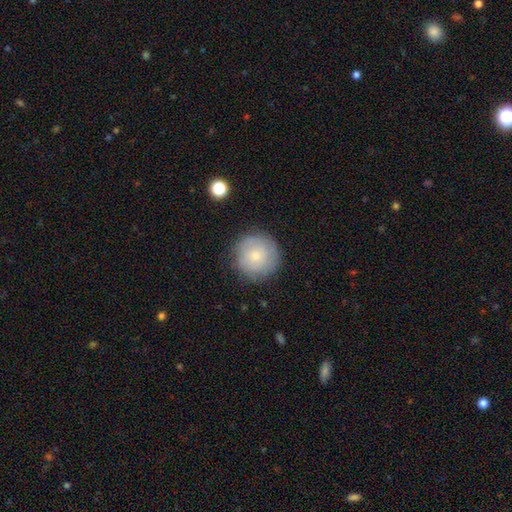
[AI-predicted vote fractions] Smooth or featured? Predicted: smooth (p=0.72). How rounded? Predicted: round (p=0.95). Merging? Predicted: none (p=0.83).